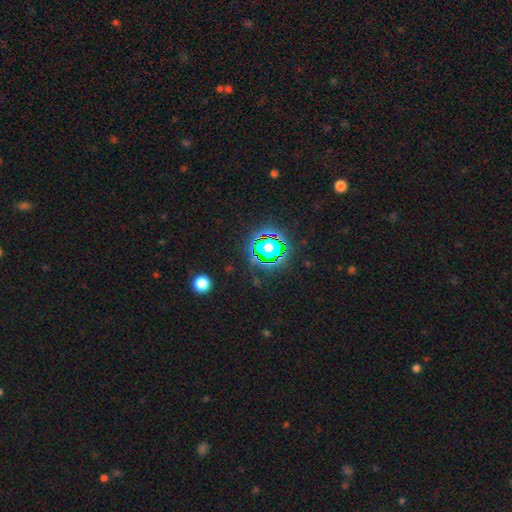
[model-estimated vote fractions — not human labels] smooth-or-featured: star or artifact: 81% | smooth: 12% | featured or disk: 7%